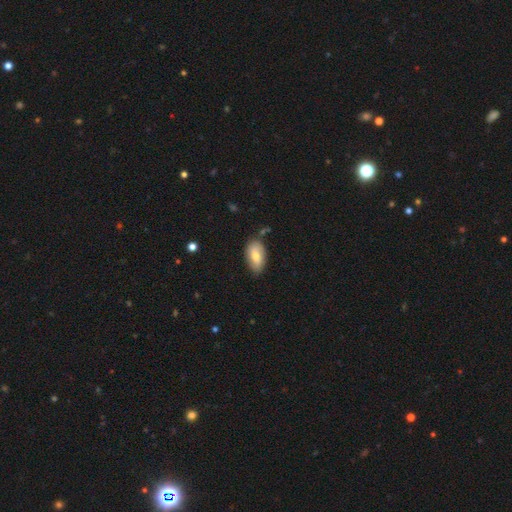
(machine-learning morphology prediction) Smooth or featured? Predicted: smooth (p=0.70). How rounded? Predicted: in between (p=0.93). Merging? Predicted: none (p=0.77).